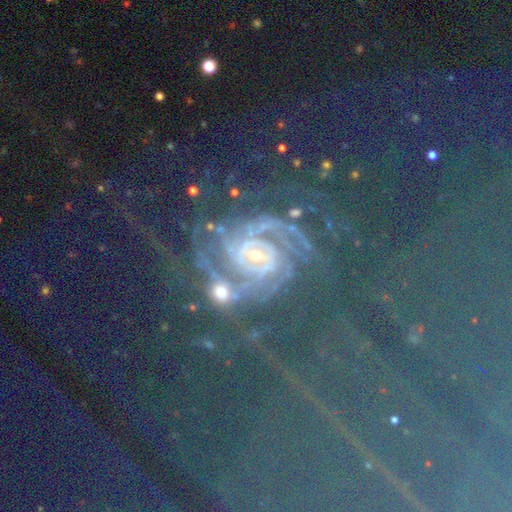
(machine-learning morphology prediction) type=featured or disk (57%); edge-on=no (96%); bar=no (65%); spiral arms=yes (92%); bulge=small (61%); merging=none (63%).